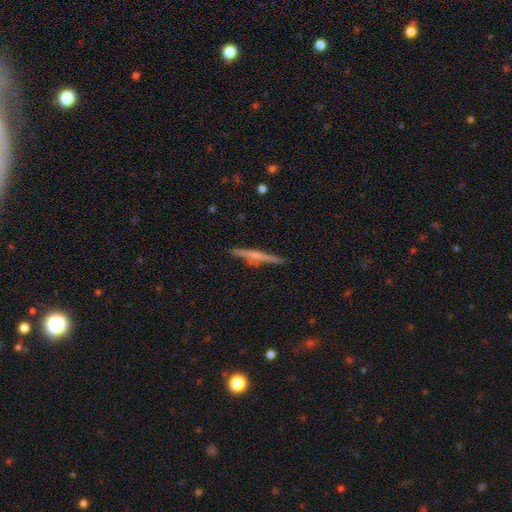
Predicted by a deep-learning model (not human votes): This appears to be a featured or disk galaxy (72%) viewed edge-on (98%) with a rounded central bulge (66%). Merging: none (89%).